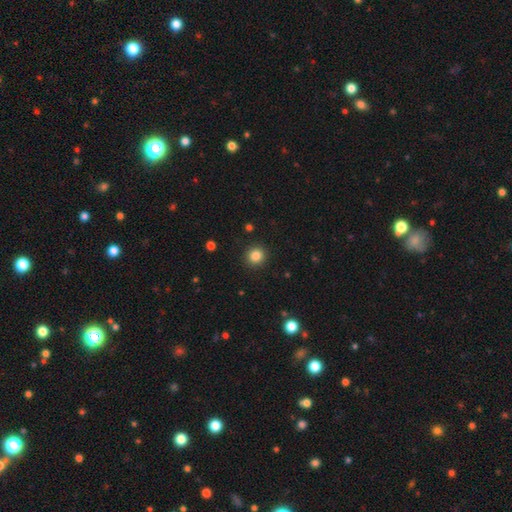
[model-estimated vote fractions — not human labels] This is clearly a smooth galaxy (84%). How rounded: clearly round (91%). Merging: clearly none (92%).